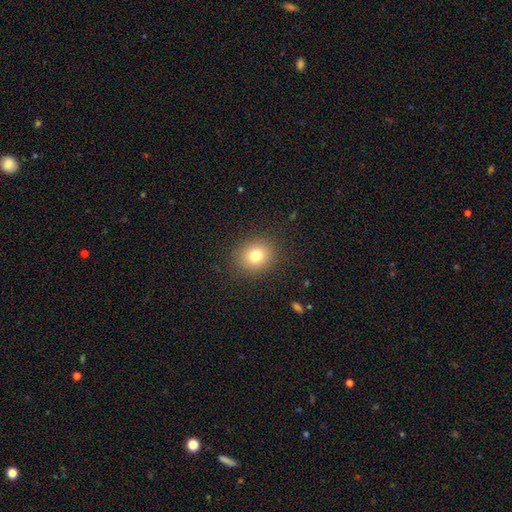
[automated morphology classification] Q: Smooth or featured?
A: smooth (78%); runner-up: star or artifact (13%)
Q: How rounded?
A: round (76%); runner-up: in between (23%)
Q: Merging?
A: none (89%); runner-up: minor disturbance (7%)